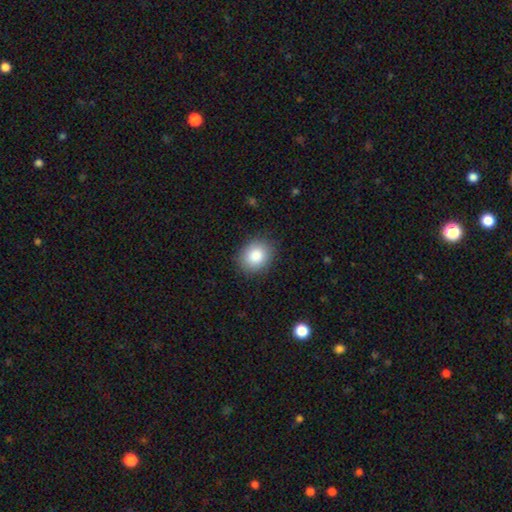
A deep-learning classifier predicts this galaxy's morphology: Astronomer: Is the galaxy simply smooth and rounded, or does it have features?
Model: smooth — 86%.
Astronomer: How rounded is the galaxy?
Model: round — 62% (runner-up: in between, 37%).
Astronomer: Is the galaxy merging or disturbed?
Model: none — 86%.